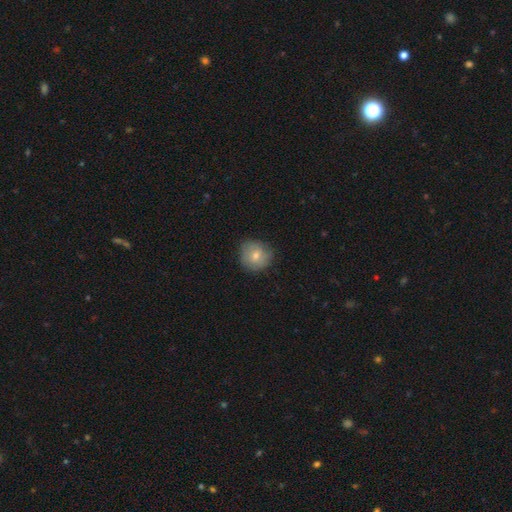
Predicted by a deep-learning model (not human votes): smooth 72%, featured or disk 19%, star or artifact 9%. Down the decision tree: how rounded — round (90%); merging — none (78%).